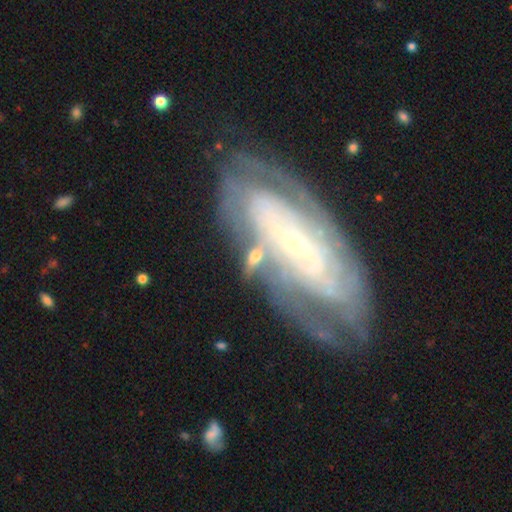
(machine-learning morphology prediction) This appears to be a featured or disk galaxy (57%). Merging: none (48%).